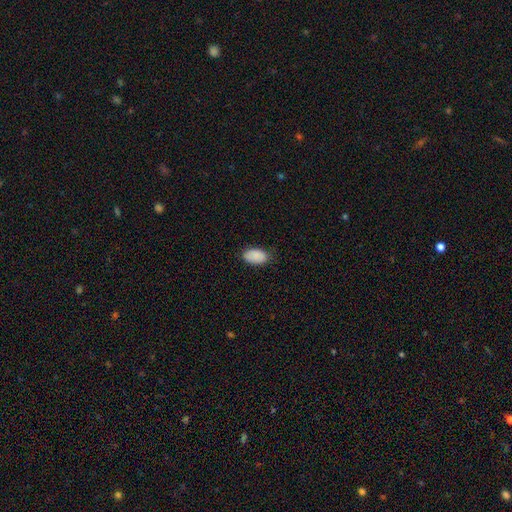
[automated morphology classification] This appears to be a smooth galaxy with no disk features (89%) that is in between round and cigar-shaped (94%). Merging: none (78%).